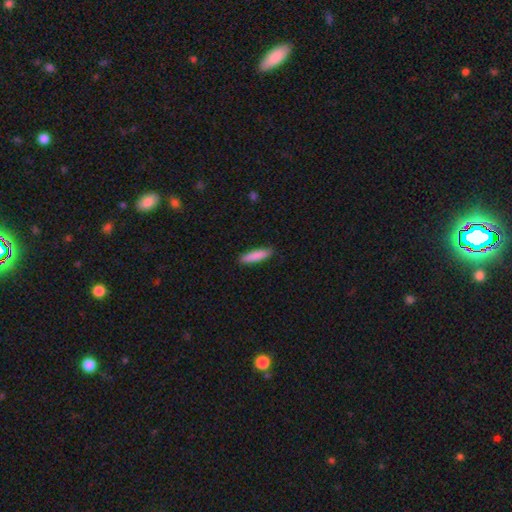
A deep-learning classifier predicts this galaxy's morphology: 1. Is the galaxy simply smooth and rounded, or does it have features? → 87% smooth, 7% featured or disk, 6% star or artifact.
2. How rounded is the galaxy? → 74% cigar-shaped, 25% in between, 1% round.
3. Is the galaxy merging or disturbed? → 88% none, 9% minor disturbance, 2% major disturbance, 1% merger.